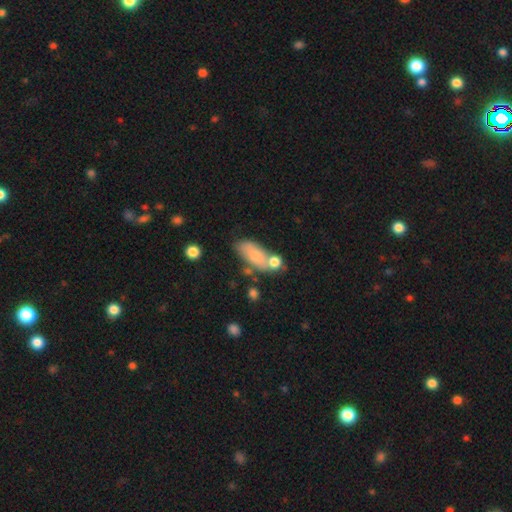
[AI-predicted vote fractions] This is likely a smooth galaxy (76%). How rounded: clearly in between (83%). Merging: possibly none (47%).